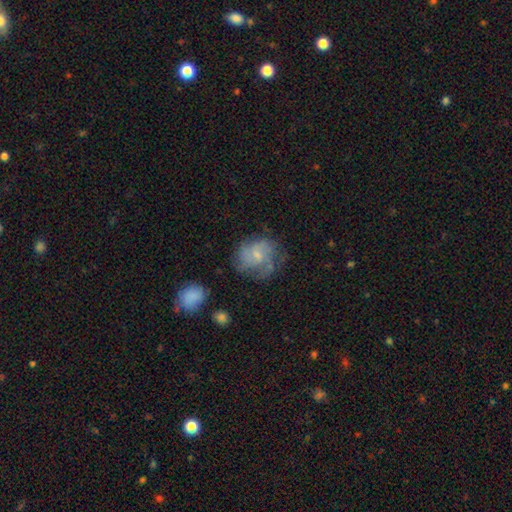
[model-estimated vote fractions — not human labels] A featured or disk galaxy (59%) with no bar (67%), spiral arms (80%) and a small central bulge (62%). Merging: none (56%).